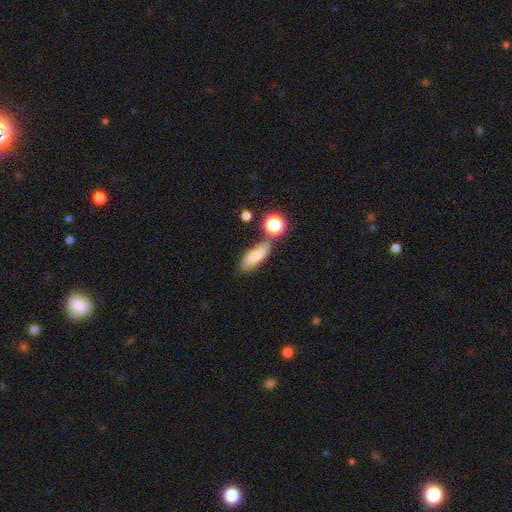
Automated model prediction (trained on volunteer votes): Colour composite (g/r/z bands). It shows a smooth galaxy with no disk features (79%) that is in between round and cigar-shaped (65%). Merging: none (68%).